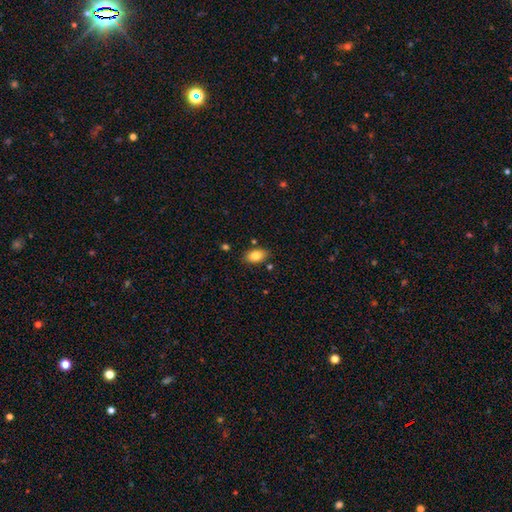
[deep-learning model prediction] Smooth or featured?
  - smooth: 82% *
  - featured or disk: 10%
  - star or artifact: 8%
How rounded?
  - in between: 90% *
  - round: 8%
  - cigar-shaped: 2%
Merging?
  - none: 83% *
  - minor disturbance: 12%
  - merger: 3%
  - major disturbance: 2%